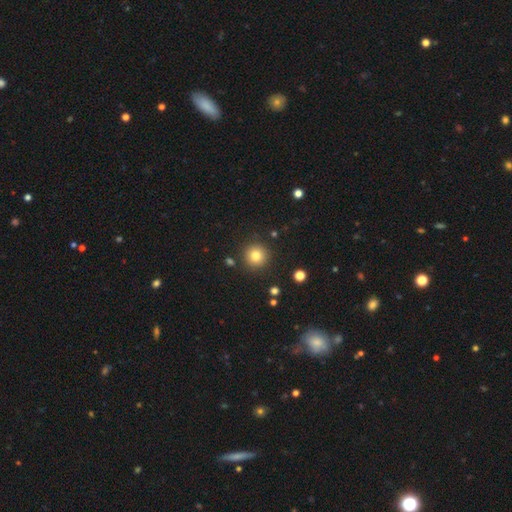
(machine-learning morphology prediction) Overall: smooth (81%). How rounded: round (95%). Merging: none (89%).